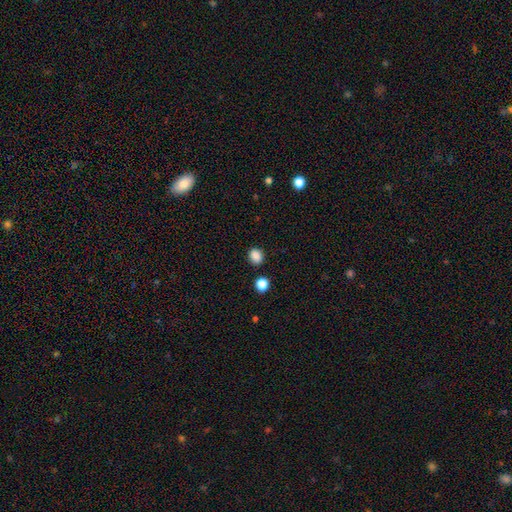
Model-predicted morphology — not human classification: Smooth or featured? smooth (86%)
How rounded? round (66%)
Merging? none (85%)